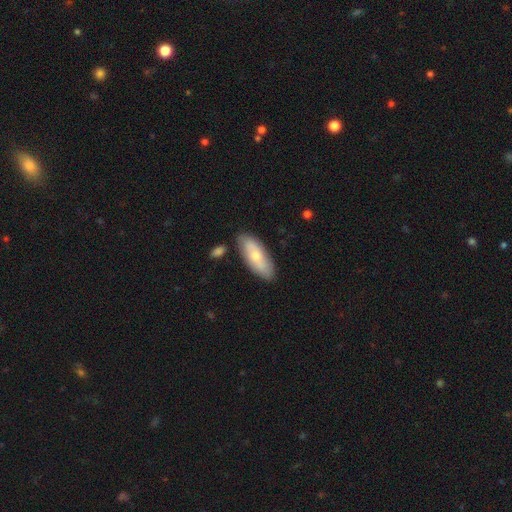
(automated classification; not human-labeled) Q: Smooth or featured?
A: smooth (61%); runner-up: featured or disk (33%)
Q: How rounded?
A: in between (76%); runner-up: cigar-shaped (22%)
Q: Merging?
A: none (80%); runner-up: minor disturbance (13%)